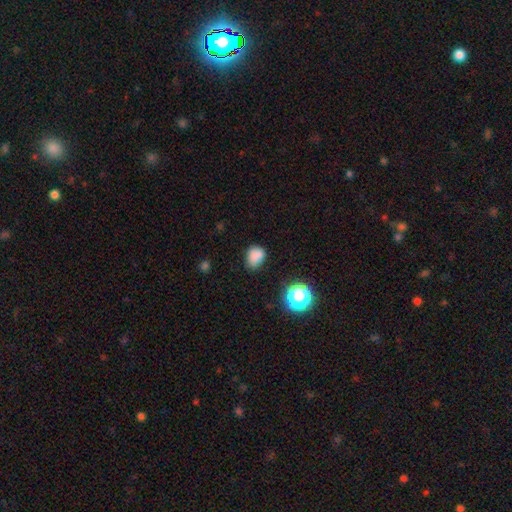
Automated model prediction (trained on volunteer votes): Overall: smooth (80%). How rounded: in between (56%; round 43%). Merging: none (62%; minor disturbance 27%).